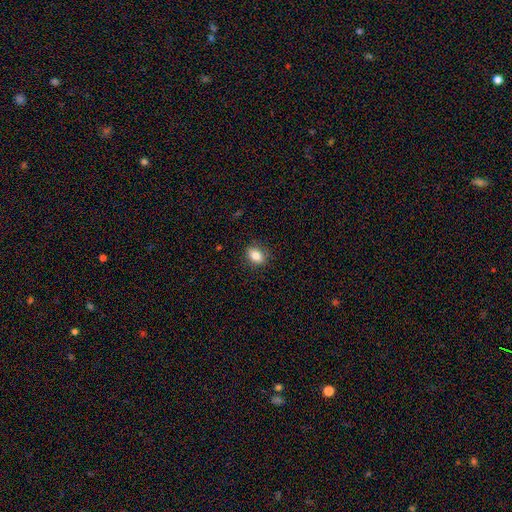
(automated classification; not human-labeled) Smooth or featured? Predicted: smooth (p=0.83). How rounded? Predicted: in between (p=0.75). Merging? Predicted: none (p=0.86).